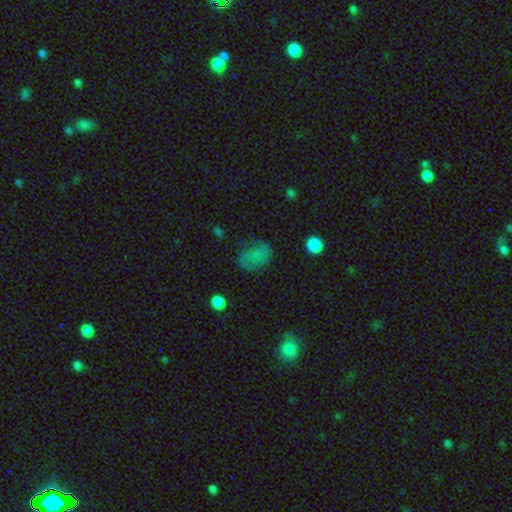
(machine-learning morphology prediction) Smooth or featured? smooth (61%)
How rounded? in between (74%)
Merging? none (63%)